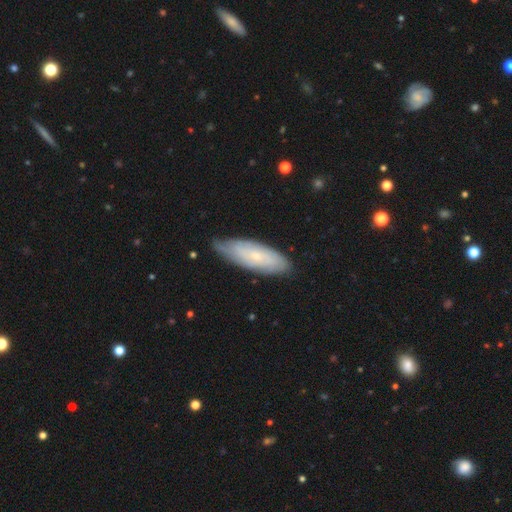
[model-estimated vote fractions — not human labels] Smooth or featured? Predicted: featured or disk (p=0.54). Edge-on disk? Predicted: no (p=0.80). Merging? Predicted: none (p=0.74).